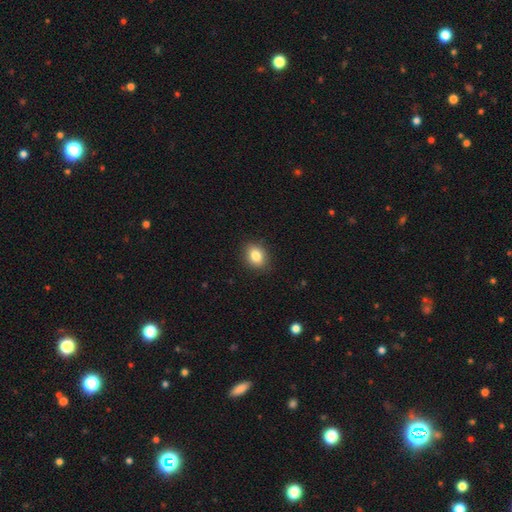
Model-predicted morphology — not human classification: Smooth or featured? smooth (83%)
How rounded? in between (59%)
Merging? none (89%)